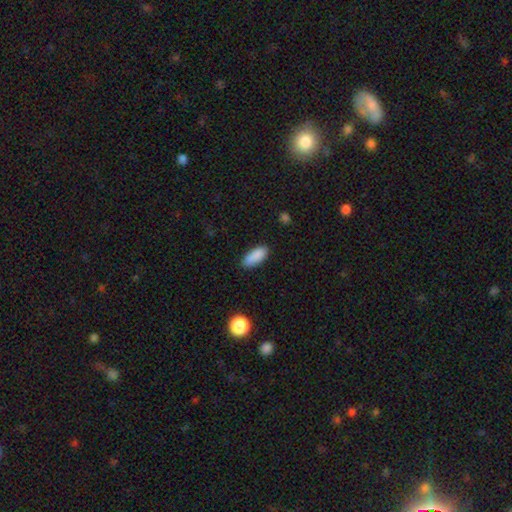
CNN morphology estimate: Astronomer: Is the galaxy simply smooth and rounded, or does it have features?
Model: smooth — 88%.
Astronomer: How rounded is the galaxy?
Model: in between — 81%.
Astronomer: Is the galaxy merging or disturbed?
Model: none — 81%.